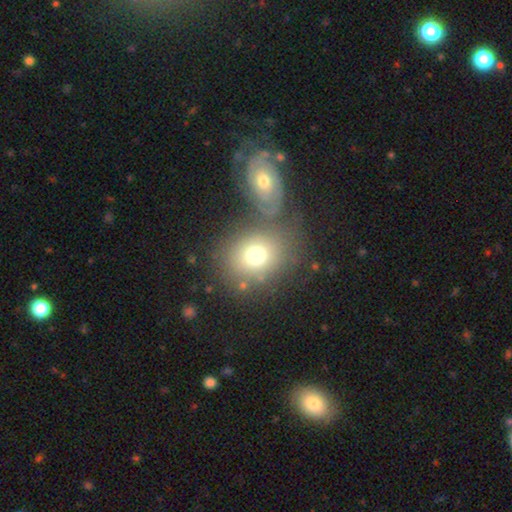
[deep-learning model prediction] Smooth or featured: smooth — 69% (featured or disk — 20%)
How rounded: round — 60% (in between — 39%)
Merging: none — 52% (merger — 28%)